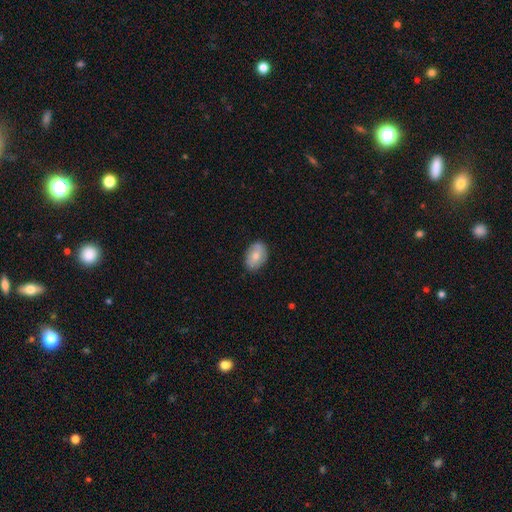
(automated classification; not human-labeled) A smooth galaxy with no disk features (71%) that is in between round and cigar-shaped (84%). Merging: none (84%).